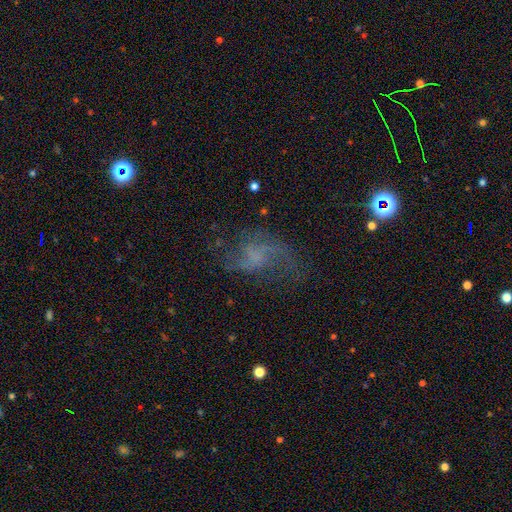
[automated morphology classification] Q: Smooth or featured?
A: featured or disk (62%); runner-up: star or artifact (20%)
Q: Edge-on disk?
A: no (96%); runner-up: yes (4%)
Q: Bar?
A: no (62%); runner-up: weak (32%)
Q: Spiral arms?
A: yes (82%); runner-up: no (18%)
Q: Bulge size?
A: none (51%); runner-up: small (29%)
Q: Merging?
A: none (54%); runner-up: major disturbance (24%)